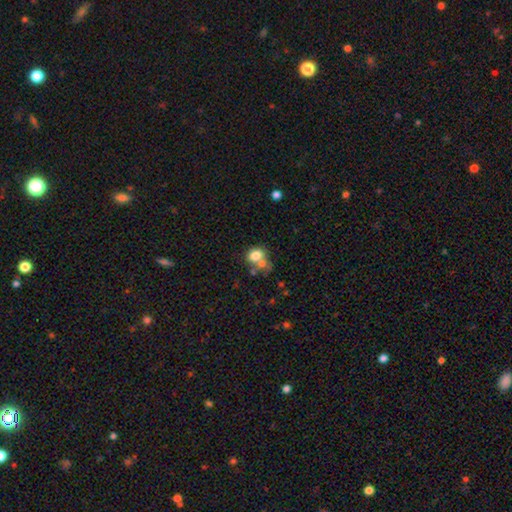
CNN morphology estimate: Smooth or featured: smooth — 76% (featured or disk — 14%)
How rounded: in between — 50% (round — 49%)
Merging: merger — 46% (none — 35%)